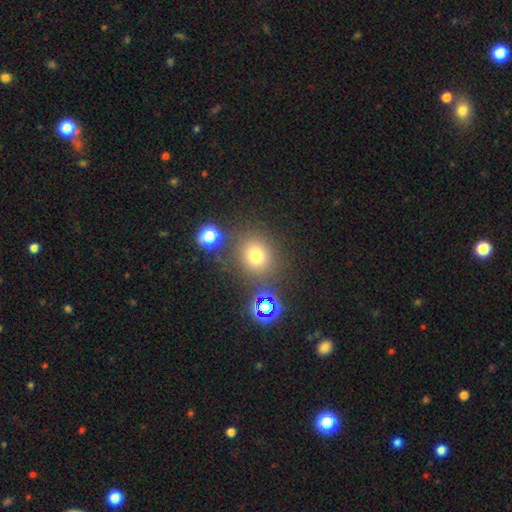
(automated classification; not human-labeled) Smooth or featured?
  - smooth: 71% *
  - star or artifact: 21%
  - featured or disk: 8%
How rounded?
  - round: 85% *
  - in between: 14%
  - cigar-shaped: 1%
Merging?
  - none: 79% *
  - minor disturbance: 9%
  - merger: 7%
  - major disturbance: 4%